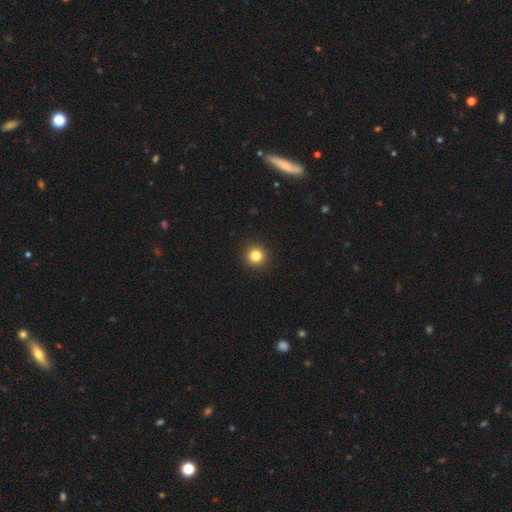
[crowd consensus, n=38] Smooth or featured? 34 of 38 (89%) said smooth. How rounded? 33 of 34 (97%) said round. Merging? 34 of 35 (97%) said none.